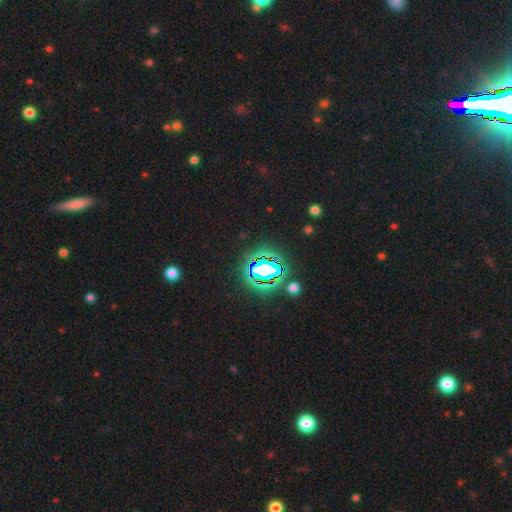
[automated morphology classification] type=star or artifact (77%).